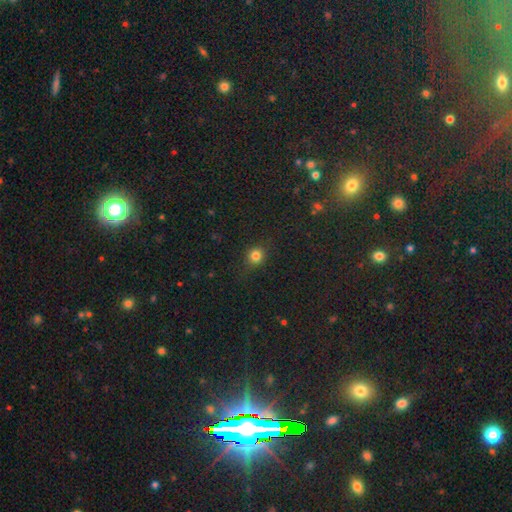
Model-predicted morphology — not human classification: Smooth or featured? Predicted: smooth (p=0.79). How rounded? Predicted: round (p=0.85). Merging? Predicted: none (p=0.85).